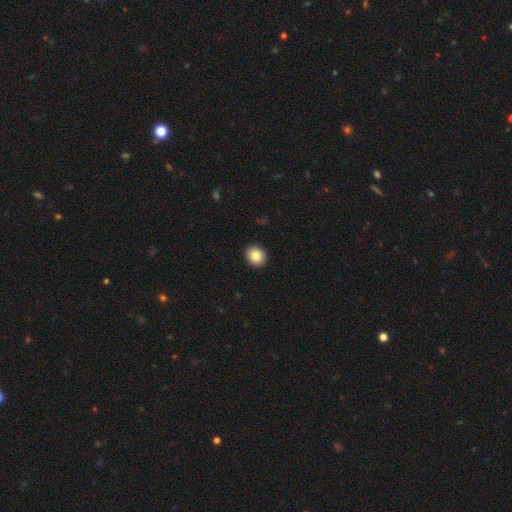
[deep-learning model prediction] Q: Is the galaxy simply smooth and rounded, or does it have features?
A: smooth — 83%.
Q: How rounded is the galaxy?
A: round — 69%.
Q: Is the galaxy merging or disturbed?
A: none — 93%.